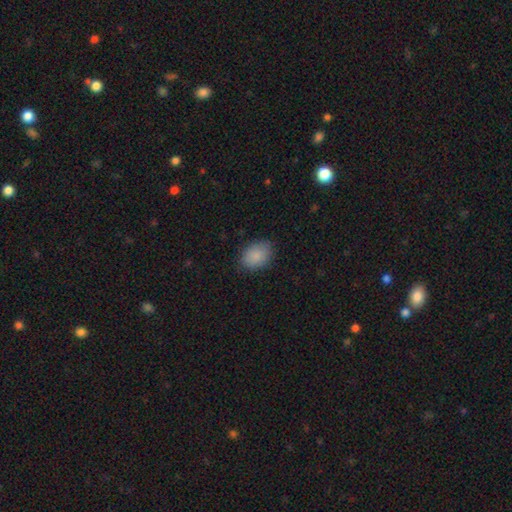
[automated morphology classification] A smooth galaxy with no disk features (88%) that is in between round and cigar-shaped (78%).

Vote fractions:
- Smooth or featured? smooth: 88% / star or artifact: 7% / featured or disk: 5%
- How rounded? in between: 78% / round: 21% / cigar-shaped: 1%
- Merging? none: 84% / minor disturbance: 12% / major disturbance: 3% / merger: 1%